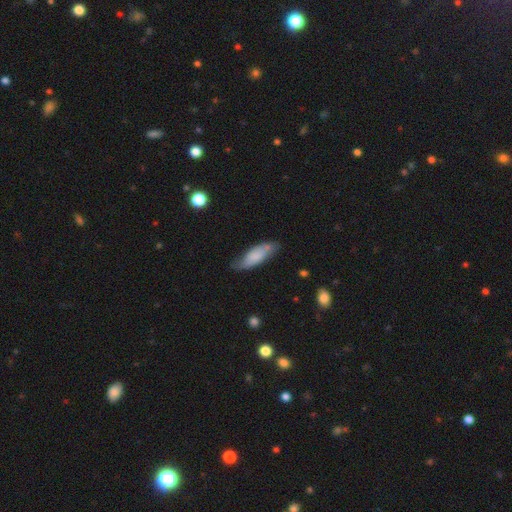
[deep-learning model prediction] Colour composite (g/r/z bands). It shows a smooth galaxy with no disk features (67%) that is in between round and cigar-shaped (56%). Merging: none (68%).